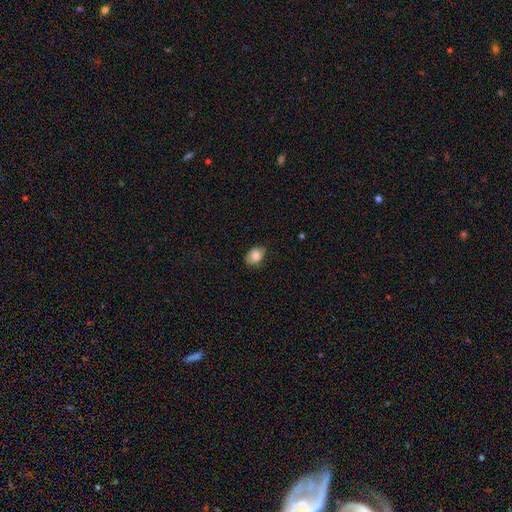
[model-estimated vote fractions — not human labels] The model was most divided on "merging": none: 73%, minor disturbance: 22%, major disturbance: 4%, merger: 1%. More confident: how rounded — in between (82%); smooth or featured — smooth (81%).